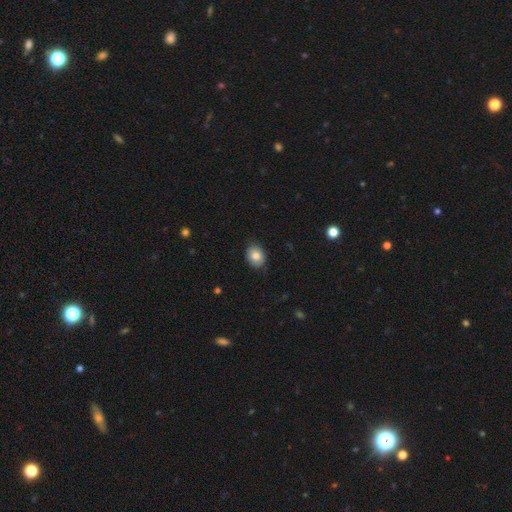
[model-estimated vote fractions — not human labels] Smooth or featured?
  - smooth: 82% *
  - featured or disk: 10%
  - star or artifact: 8%
How rounded?
  - in between: 50% *
  - round: 49%
  - cigar-shaped: 1%
Merging?
  - none: 82% *
  - minor disturbance: 14%
  - major disturbance: 2%
  - merger: 1%